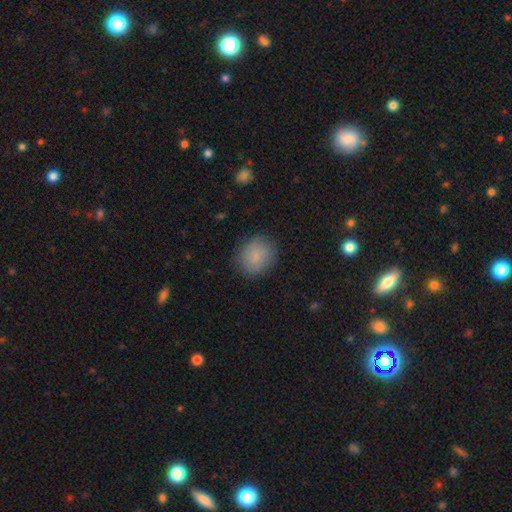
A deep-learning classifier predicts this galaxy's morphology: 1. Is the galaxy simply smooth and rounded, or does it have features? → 85% smooth, 8% star or artifact, 7% featured or disk.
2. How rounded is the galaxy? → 72% round, 27% in between, 1% cigar-shaped.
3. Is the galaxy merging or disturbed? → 85% none, 11% minor disturbance, 3% major disturbance, 1% merger.